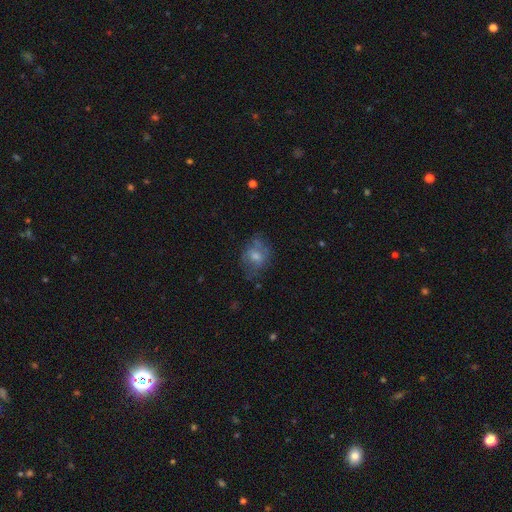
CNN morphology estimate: smooth 48%, featured or disk 36%, star or artifact 16%. Down the decision tree: merging — none (62%).